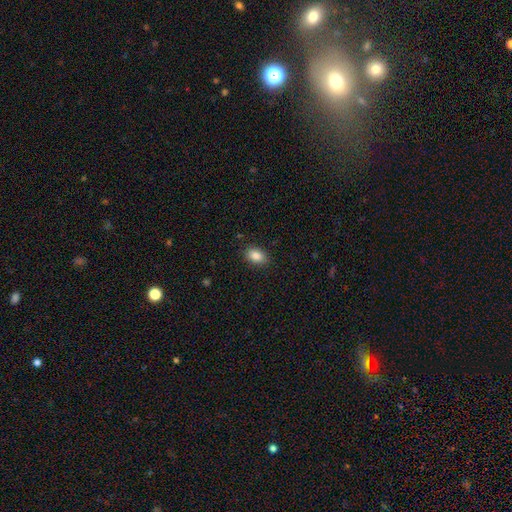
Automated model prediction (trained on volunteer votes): The model was most divided on "how rounded": in between: 85%, round: 13%, cigar-shaped: 1%. More confident: smooth or featured — smooth (87%); merging — none (87%).